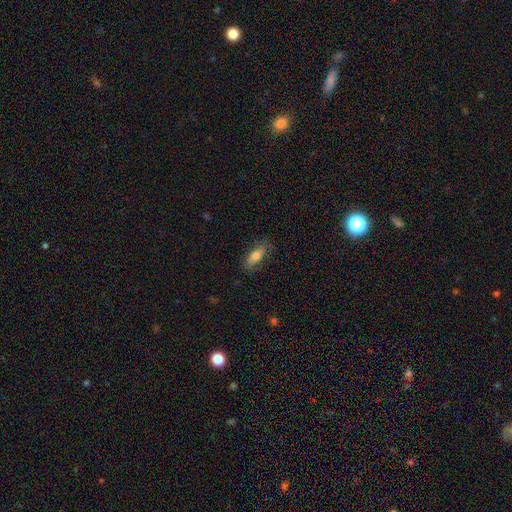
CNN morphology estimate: This appears to be a smooth galaxy with no disk features (69%) that is in between round and cigar-shaped (64%). Merging: none (77%).